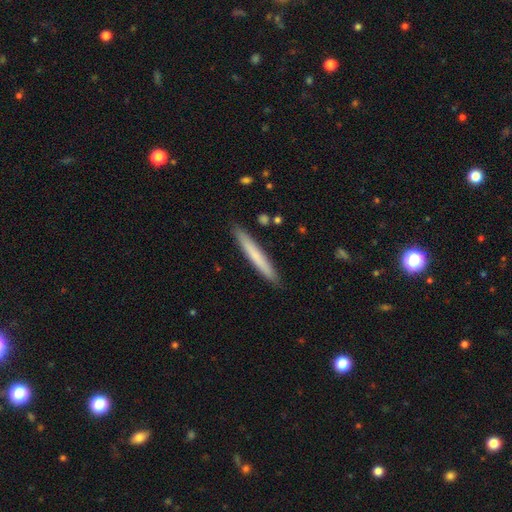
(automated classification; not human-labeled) Q: Smooth or featured?
A: smooth (69%); runner-up: featured or disk (26%)
Q: How rounded?
A: cigar-shaped (96%); runner-up: in between (3%)
Q: Merging?
A: none (90%); runner-up: minor disturbance (7%)